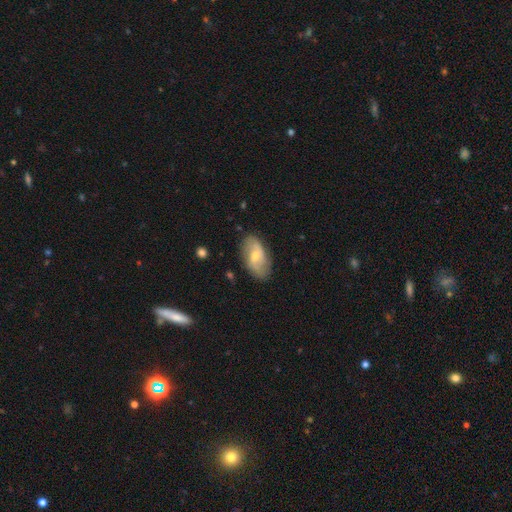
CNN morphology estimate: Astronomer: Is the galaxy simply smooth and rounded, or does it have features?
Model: featured or disk — 61%.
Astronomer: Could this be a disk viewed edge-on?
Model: no — 92%.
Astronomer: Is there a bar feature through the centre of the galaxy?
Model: no — 45% (runner-up: weak, 44%).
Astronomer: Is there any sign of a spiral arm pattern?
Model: yes — 82%.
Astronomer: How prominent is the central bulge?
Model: moderate — 53% (runner-up: small, 42%).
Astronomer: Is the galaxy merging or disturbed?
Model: none — 80%.